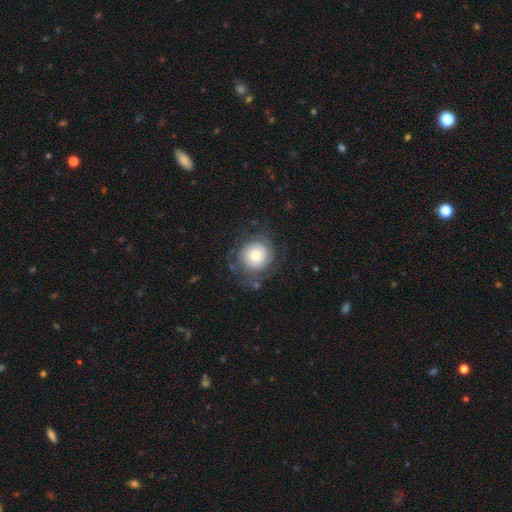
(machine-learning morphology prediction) The model was most divided on "smooth or featured": smooth: 54%, featured or disk: 38%, star or artifact: 8%. More confident: how rounded — round (91%); merging — none (68%).